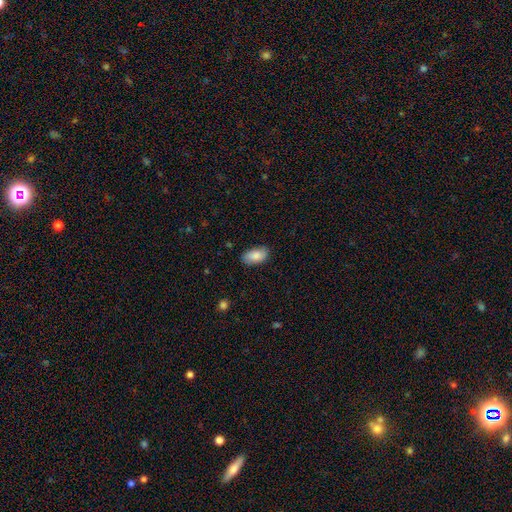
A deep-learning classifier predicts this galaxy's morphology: Smooth or featured? smooth (85%)
How rounded? in between (94%)
Merging? none (81%)